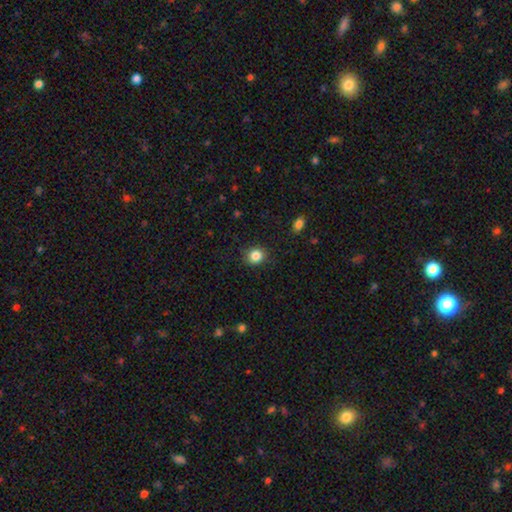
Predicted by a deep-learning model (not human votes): This appears to be a smooth galaxy with no disk features (84%) that is round (80%). Merging: none (87%).